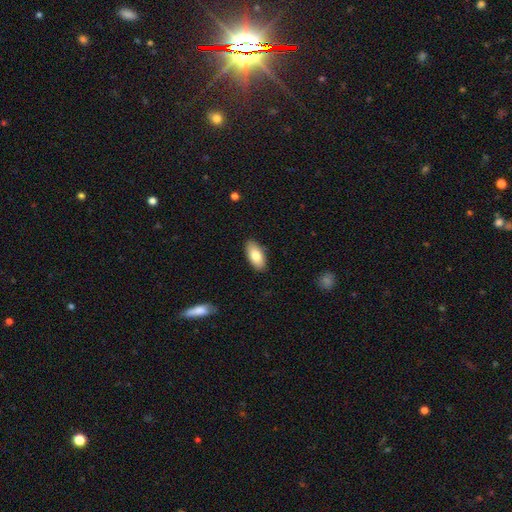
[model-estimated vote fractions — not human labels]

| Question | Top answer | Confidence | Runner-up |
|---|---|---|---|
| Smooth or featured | smooth | 81% | featured or disk (13%) |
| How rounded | in between | 92% | cigar-shaped (6%) |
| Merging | none | 88% | minor disturbance (9%) |